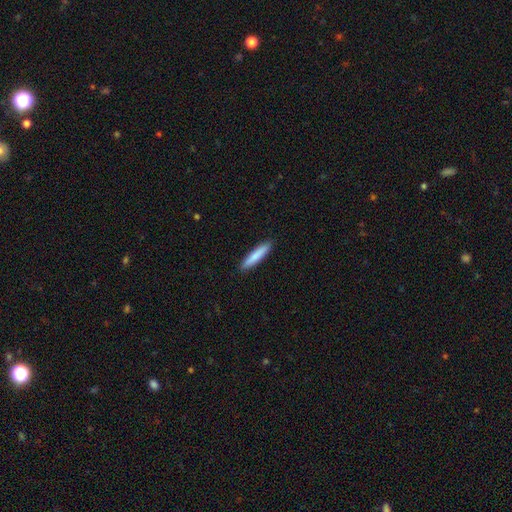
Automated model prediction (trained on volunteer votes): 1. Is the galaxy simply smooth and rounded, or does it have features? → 81% smooth, 14% featured or disk, 5% star or artifact.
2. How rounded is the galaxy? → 90% cigar-shaped, 9% in between, 1% round.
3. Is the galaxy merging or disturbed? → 91% none, 6% minor disturbance, 1% major disturbance, 1% merger.